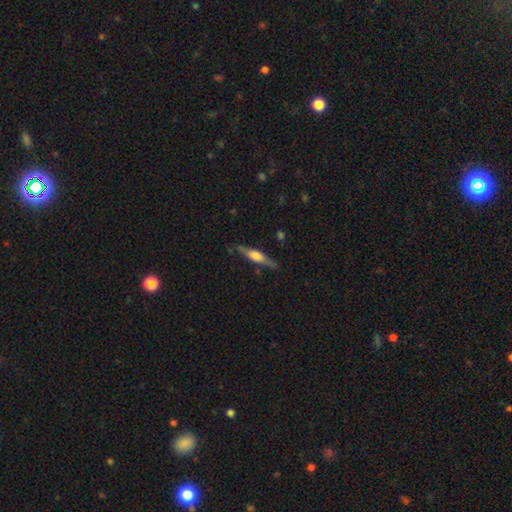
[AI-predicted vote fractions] Q: Smooth or featured?
A: featured or disk (61%); runner-up: smooth (33%)
Q: Edge-on disk?
A: yes (94%); runner-up: no (6%)
Q: Edge-on bulge?
A: rounded (69%); runner-up: boxy (25%)
Q: Merging?
A: none (82%); runner-up: minor disturbance (13%)